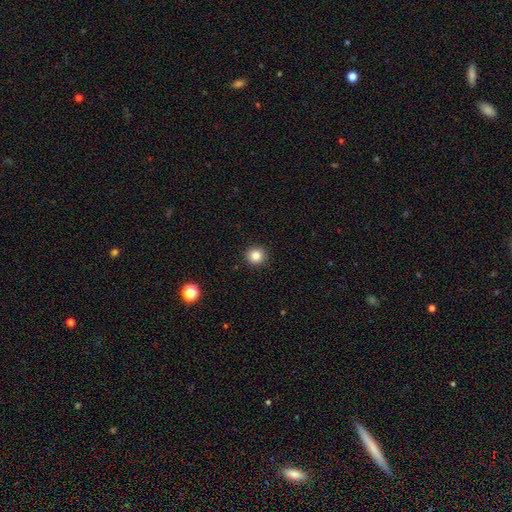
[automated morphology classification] This is clearly a smooth galaxy (85%). How rounded: clearly round (93%). Merging: clearly none (93%).